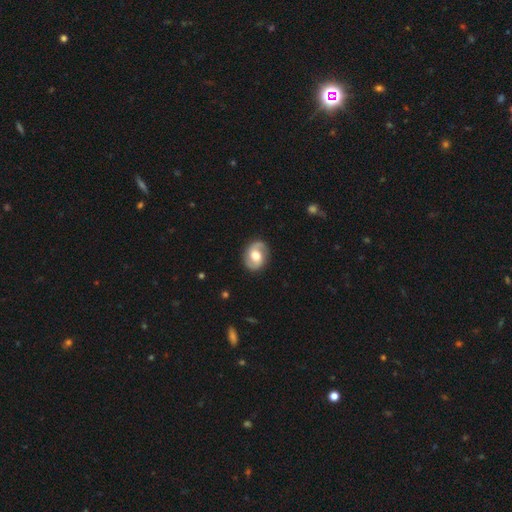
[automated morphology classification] type=featured or disk (71%); edge-on=no (97%); bar=no (46%); spiral arms=yes (89%); winding=medium (47%); arm count=2 (90%); bulge=moderate (66%); merging=none (85%).